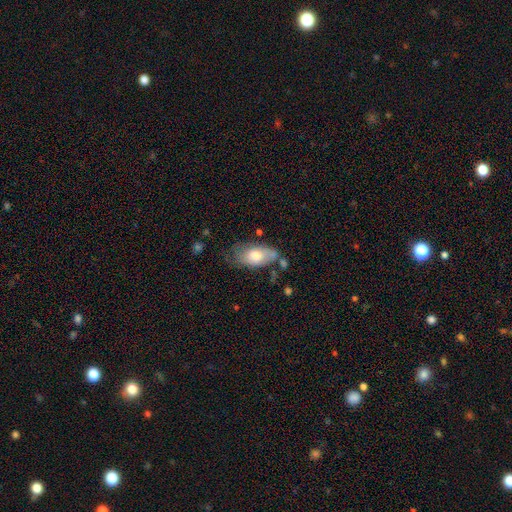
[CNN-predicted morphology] A smooth galaxy with no disk features (67%) that is in between round and cigar-shaped (93%).

Vote fractions:
- Smooth or featured? smooth: 67% / featured or disk: 27% / star or artifact: 7%
- How rounded? in between: 93% / round: 4% / cigar-shaped: 4%
- Merging? none: 47% / minor disturbance: 32% / major disturbance: 13% / merger: 9%